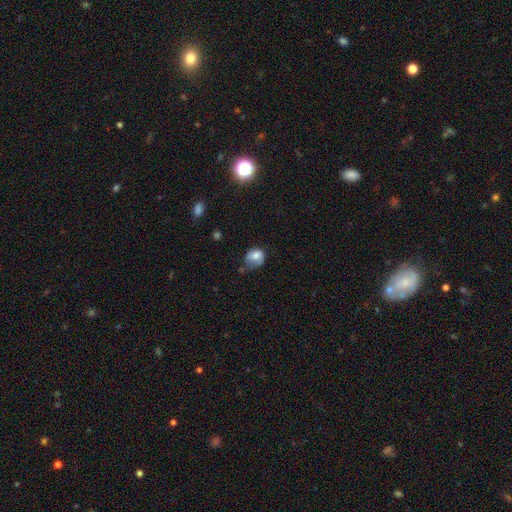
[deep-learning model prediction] Smooth or featured: smooth — 75% (featured or disk — 15%)
How rounded: round — 52% (in between — 47%)
Merging: minor disturbance — 38% (tied with none — 38%)